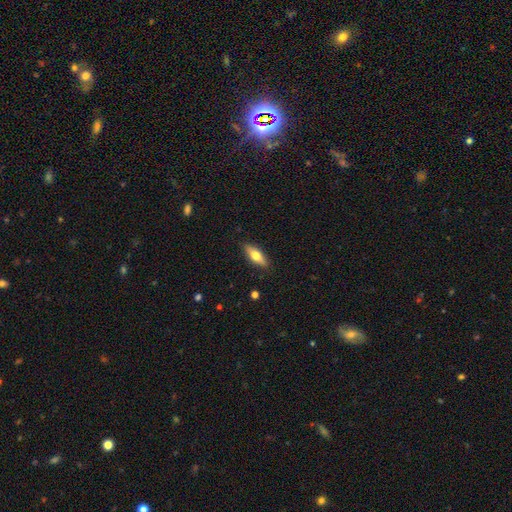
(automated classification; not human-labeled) The model was most divided on "how rounded": in between: 61%, cigar-shaped: 36%, round: 3%. More confident: merging — none (88%); smooth or featured — smooth (60%).